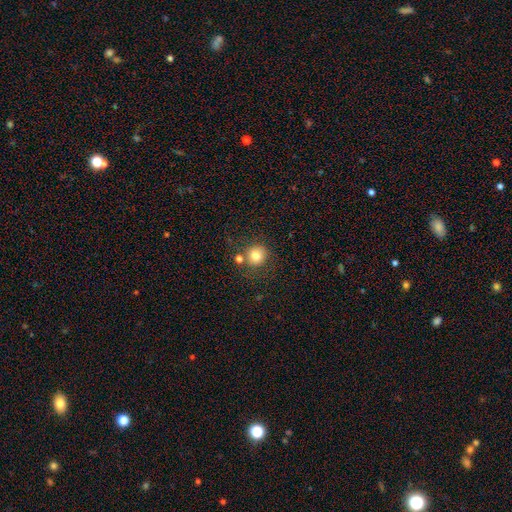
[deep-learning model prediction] Smooth or featured: smooth — 79% (star or artifact — 12%)
How rounded: round — 89% (in between — 10%)
Merging: none — 71% (merger — 14%)